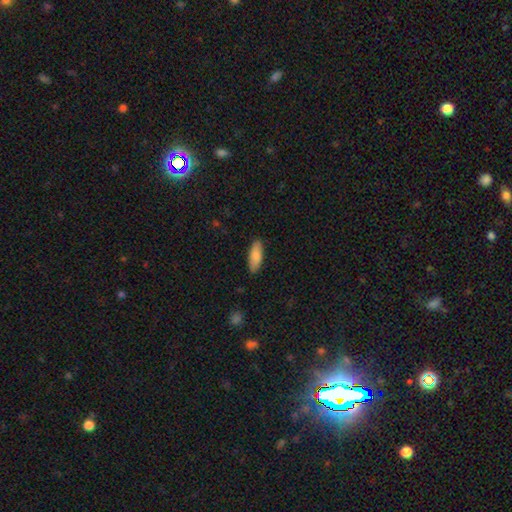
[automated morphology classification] smooth-or-featured: smooth: 84% | featured or disk: 11% | star or artifact: 6%
  how-rounded: in between: 66% | cigar-shaped: 32% | round: 2%
  merging: none: 87% | minor disturbance: 10% | major disturbance: 2% | merger: 1%